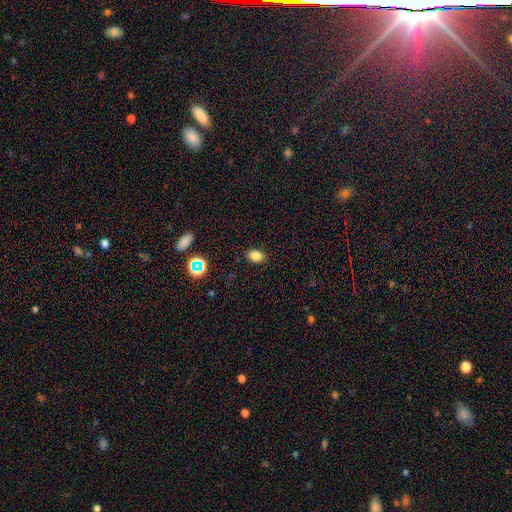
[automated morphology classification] This appears to be a smooth galaxy with no disk features (82%) that is in between round and cigar-shaped (73%). Merging: none (87%).